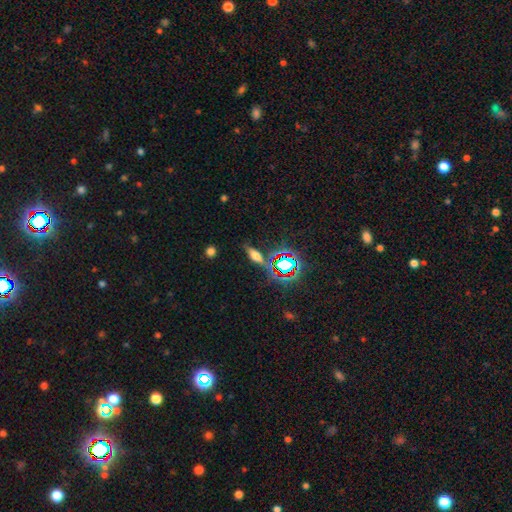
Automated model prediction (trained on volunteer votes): Morphology: type=smooth (43%); merging=none (73%).